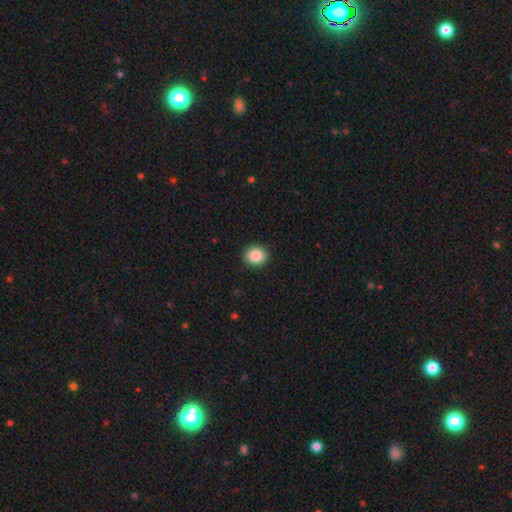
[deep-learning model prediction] smooth 88%, star or artifact 9%, featured or disk 3%. Down the decision tree: how rounded — round (83%); merging — none (91%).